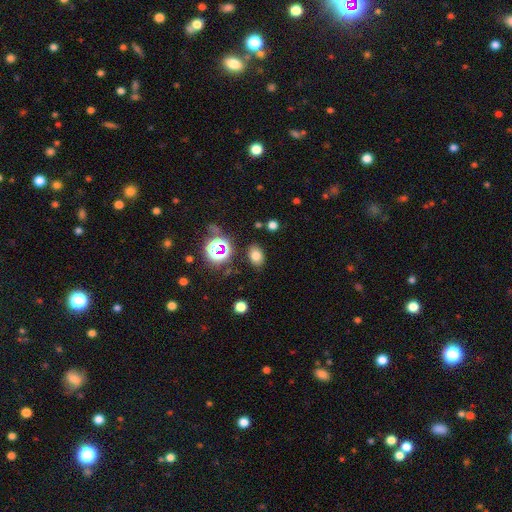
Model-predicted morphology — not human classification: This appears to be a smooth galaxy with no disk features (72%) that is in between round and cigar-shaped (77%). Merging: none (83%).